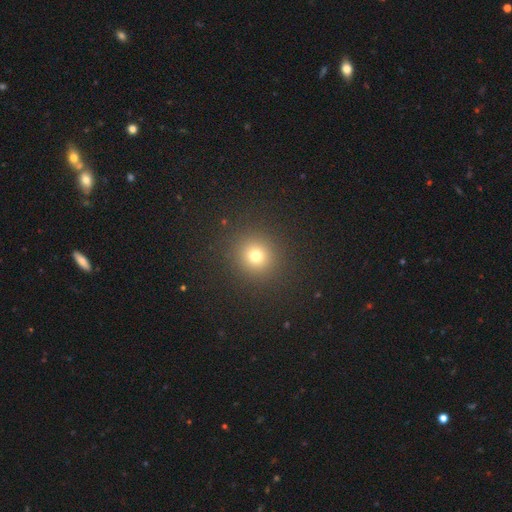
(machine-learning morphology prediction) This is likely a smooth galaxy (73%). How rounded: clearly round (92%). Merging: clearly none (90%).